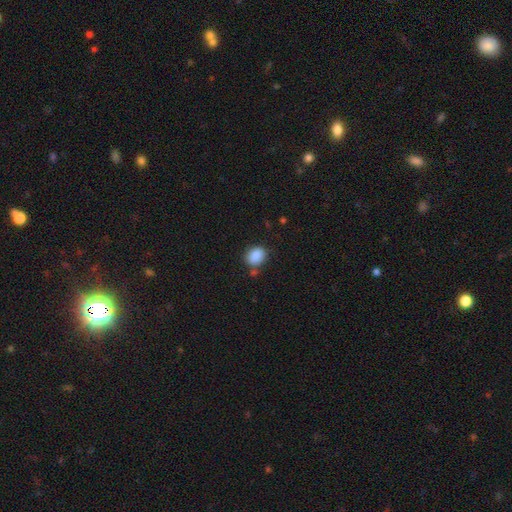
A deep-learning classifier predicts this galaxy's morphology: Smooth or featured?
  - smooth: 88% *
  - star or artifact: 8%
  - featured or disk: 3%
How rounded?
  - in between: 56% *
  - round: 43%
  - cigar-shaped: 1%
Merging?
  - none: 75% *
  - minor disturbance: 15%
  - merger: 6%
  - major disturbance: 4%